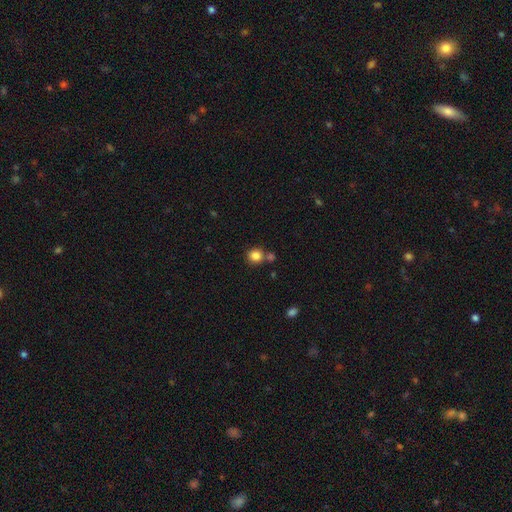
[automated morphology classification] smooth 84%, star or artifact 11%, featured or disk 5%. Down the decision tree: how rounded — round (89%); merging — none (70%).